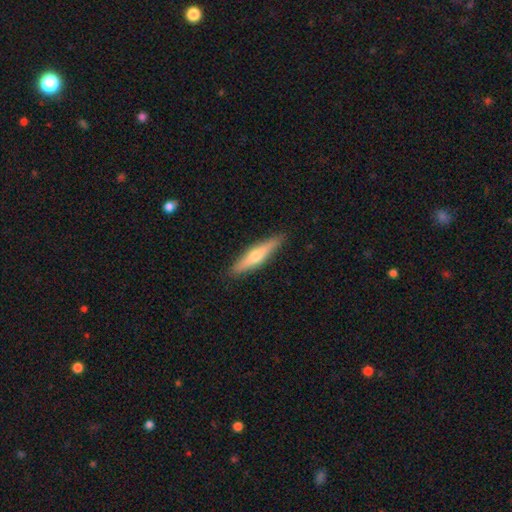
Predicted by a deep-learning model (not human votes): Smooth or featured? featured or disk (52%)
Edge-on disk? yes (93%)
Merging? none (90%)